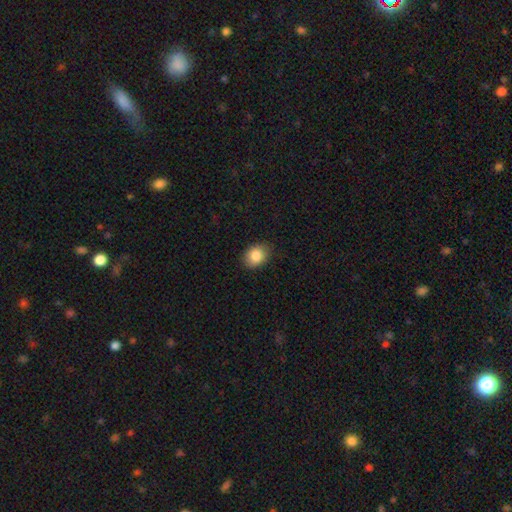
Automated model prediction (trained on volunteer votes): smooth-or-featured: smooth: 86% | star or artifact: 8% | featured or disk: 6%
  how-rounded: in between: 63% | round: 36% | cigar-shaped: 1%
  merging: none: 85% | minor disturbance: 12% | major disturbance: 2% | merger: 1%